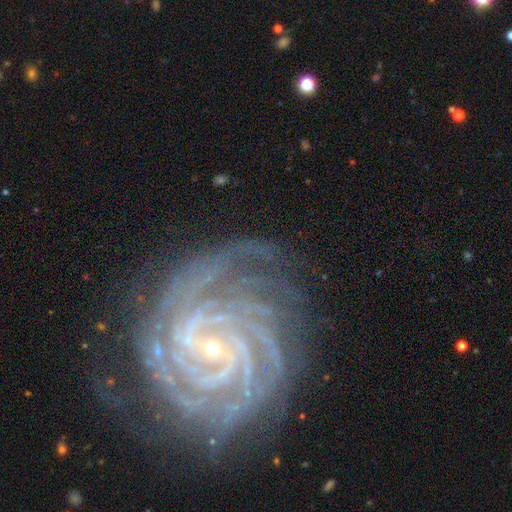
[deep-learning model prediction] smooth_or_featured: featured or disk (p=0.91) [alt: star or artifact p=0.06]
disk_edge_on: no (p=0.98) [alt: yes p=0.02]
bar: no (p=0.51) [alt: weak p=0.29]
has_spiral_arms: yes (p=0.99) [alt: no p=0.01]
spiral_winding: tight (p=0.82) [alt: medium p=0.16]
spiral_arm_count: 4 (p=0.28) [alt: more than 4 p=0.24]
bulge_size: small (p=0.86) [alt: moderate p=0.10]
merging: none (p=0.72) [alt: minor disturbance p=0.18]